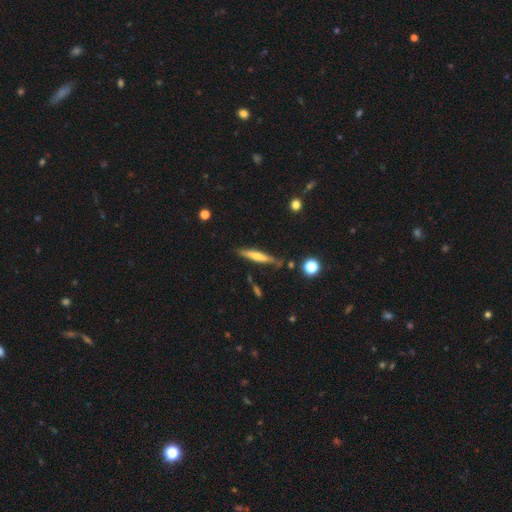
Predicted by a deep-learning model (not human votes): Overall: smooth (52%; featured or disk 41%). How rounded: cigar-shaped (91%). Merging: none (79%).